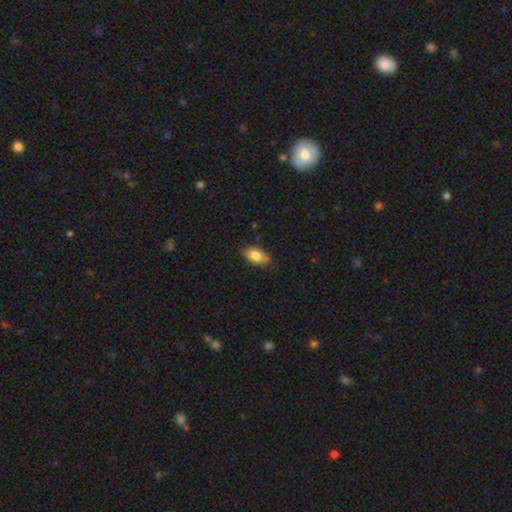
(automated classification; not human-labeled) Q: Smooth or featured?
A: smooth (82%); runner-up: featured or disk (10%)
Q: How rounded?
A: in between (88%); runner-up: round (8%)
Q: Merging?
A: none (72%); runner-up: minor disturbance (21%)